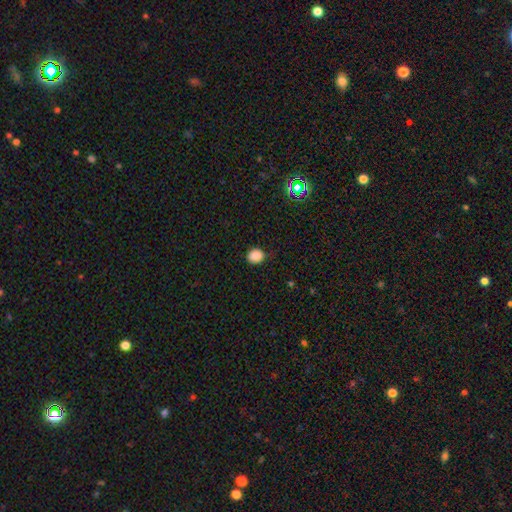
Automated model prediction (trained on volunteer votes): smooth-or-featured: smooth: 86% | star or artifact: 11% | featured or disk: 3%
  how-rounded: round: 75% | in between: 25% | cigar-shaped: 1%
  merging: none: 84% | minor disturbance: 12% | major disturbance: 3% | merger: 1%